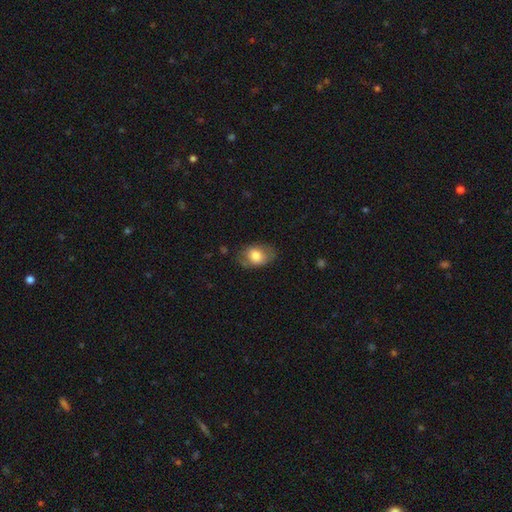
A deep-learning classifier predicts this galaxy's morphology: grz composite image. It shows a smooth galaxy with no disk features (75%) that is in between round and cigar-shaped (78%). Merging: none (70%).